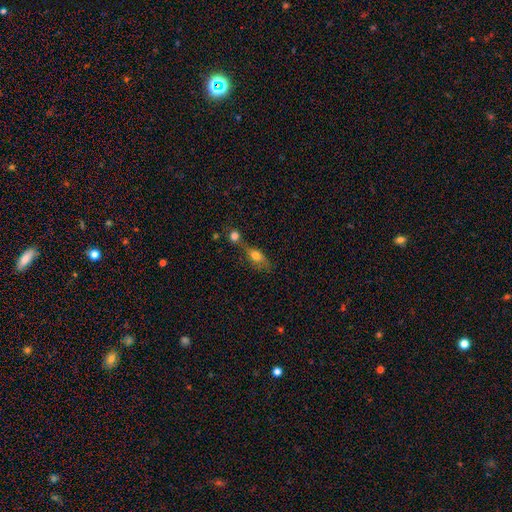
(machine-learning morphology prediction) Overall: smooth (69%). How rounded: in between (67%). Merging: merger (45%; none 31%).